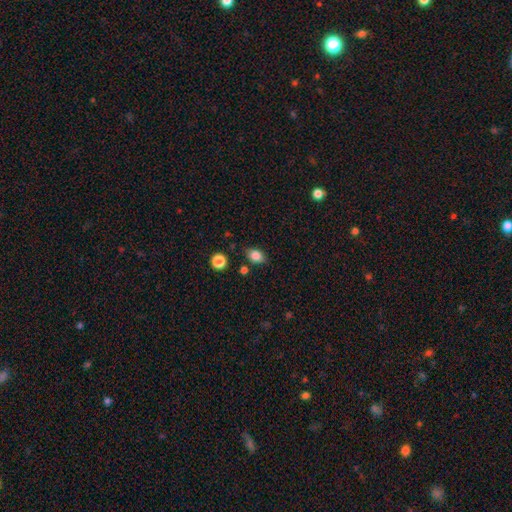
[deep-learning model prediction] Smooth or featured? smooth (84%)
How rounded? in between (75%)
Merging? none (79%)